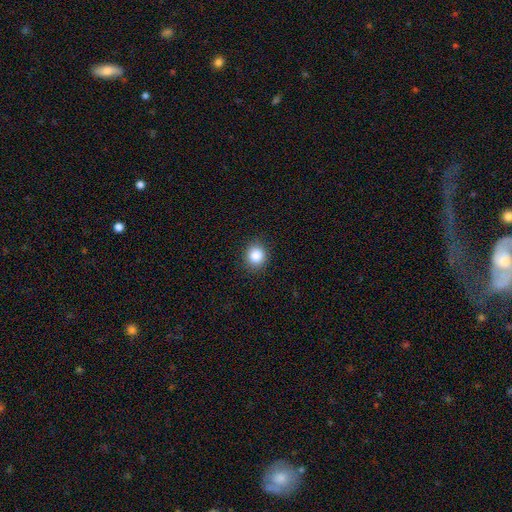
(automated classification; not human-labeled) Overall: smooth (86%). How rounded: round (86%). Merging: none (89%).